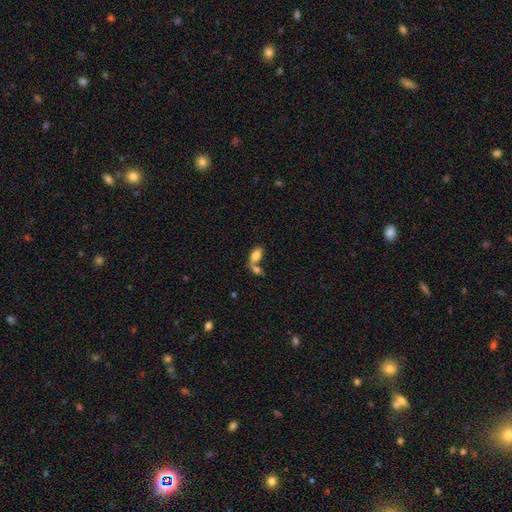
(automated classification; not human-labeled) smooth_or_featured: smooth (p=0.81) [alt: featured or disk p=0.11]
how_rounded: in between (p=0.91) [alt: cigar-shaped p=0.05]
merging: merger (p=0.54) [alt: none p=0.33]